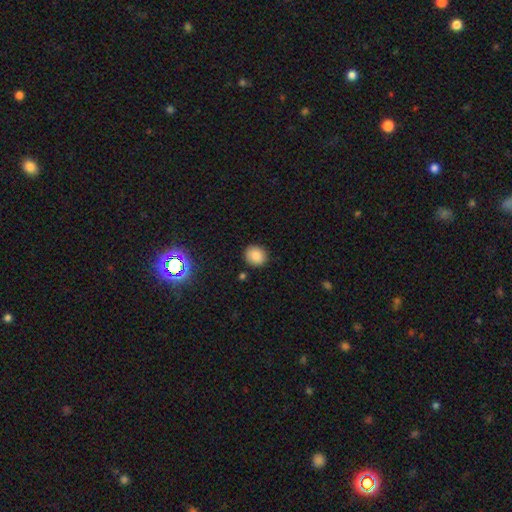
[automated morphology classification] Smooth or featured?
  - smooth: 84% *
  - star or artifact: 11%
  - featured or disk: 4%
How rounded?
  - round: 80% *
  - in between: 19%
  - cigar-shaped: 1%
Merging?
  - none: 87% *
  - minor disturbance: 9%
  - major disturbance: 2%
  - merger: 2%